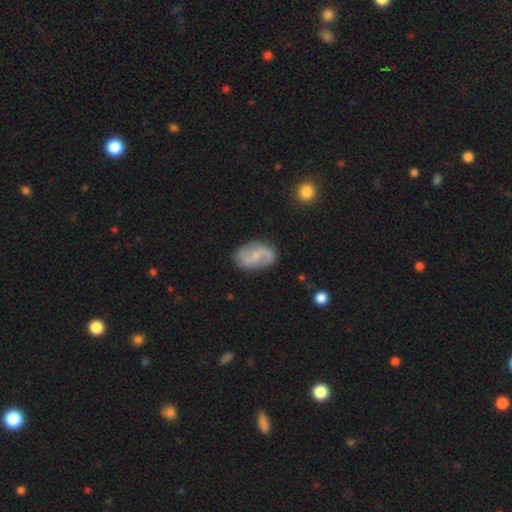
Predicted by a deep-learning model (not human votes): Smooth or featured? featured or disk (76%)
Edge-on disk? no (97%)
Bar? weak (48%)
Spiral arms? yes (94%)
Spiral winding? loose (49%)
Spiral arm count? 2 (90%)
Bulge size? small (52%)
Merging? none (80%)